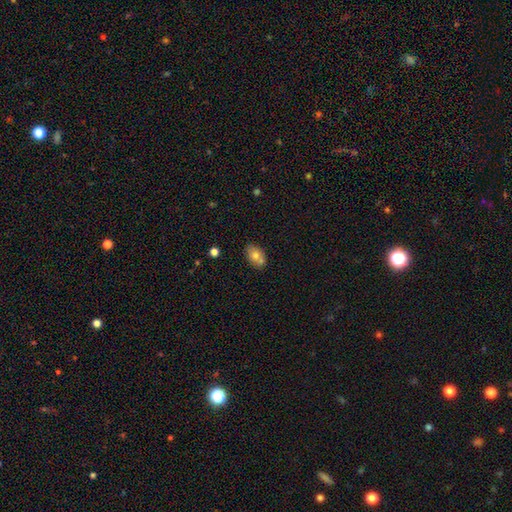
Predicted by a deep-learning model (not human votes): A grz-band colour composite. It shows a smooth galaxy with no disk features (73%) that is in between round and cigar-shaped (82%). Merging: none (62%).